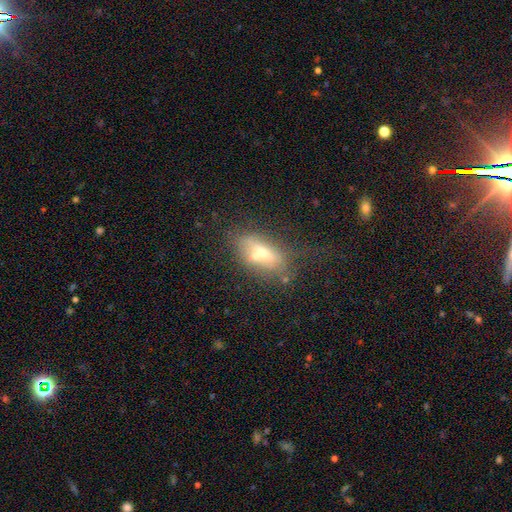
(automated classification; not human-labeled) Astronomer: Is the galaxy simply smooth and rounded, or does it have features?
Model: smooth — 51% (runner-up: featured or disk, 36%).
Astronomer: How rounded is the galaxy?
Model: in between — 77%.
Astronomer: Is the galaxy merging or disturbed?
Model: none — 45% (runner-up: merger, 25%).